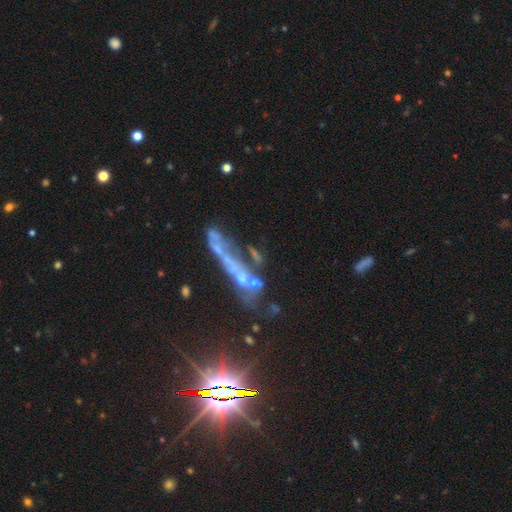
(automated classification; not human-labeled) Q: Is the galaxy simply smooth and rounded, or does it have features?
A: featured or disk — 55%.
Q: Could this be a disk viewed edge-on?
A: no — 75%.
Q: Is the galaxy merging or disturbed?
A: merger — 37%.